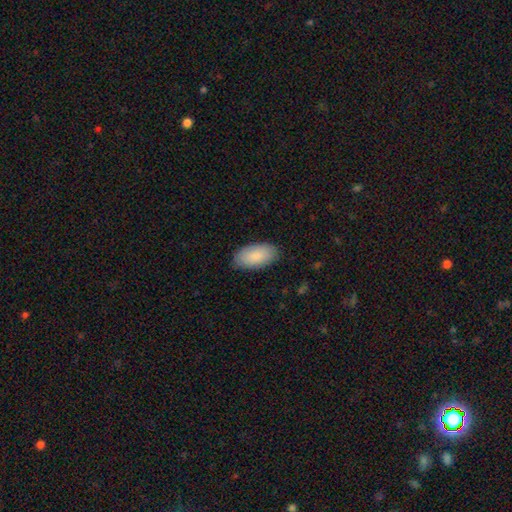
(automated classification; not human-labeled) This is clearly a smooth galaxy (87%). How rounded: clearly in between (95%). Merging: clearly none (85%).